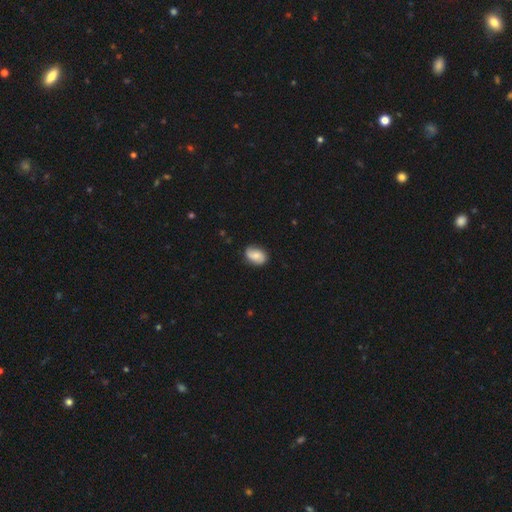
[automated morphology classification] smooth 58%, featured or disk 35%, star or artifact 8%. Down the decision tree: how rounded — in between (80%); merging — none (78%).